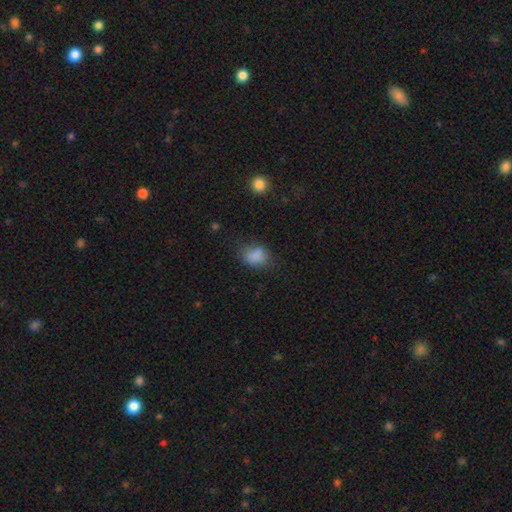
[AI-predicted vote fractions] smooth-or-featured: smooth: 83% | star or artifact: 11% | featured or disk: 6%
  how-rounded: in between: 63% | round: 35% | cigar-shaped: 1%
  merging: none: 62% | minor disturbance: 26% | major disturbance: 10% | merger: 2%